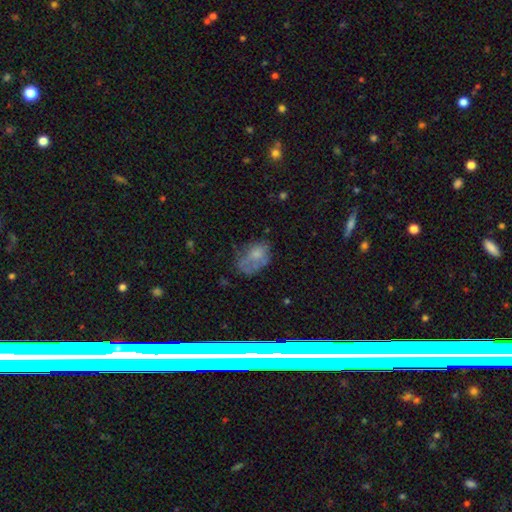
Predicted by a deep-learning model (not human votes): Smooth or featured? smooth (58%)
How rounded? in between (77%)
Merging? none (36%)